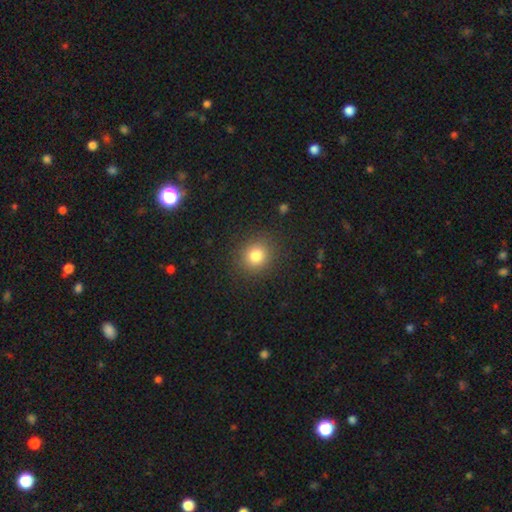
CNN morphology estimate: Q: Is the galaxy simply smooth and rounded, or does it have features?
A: smooth — 81%.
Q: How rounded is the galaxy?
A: round — 82%.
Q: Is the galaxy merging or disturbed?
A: none — 89%.